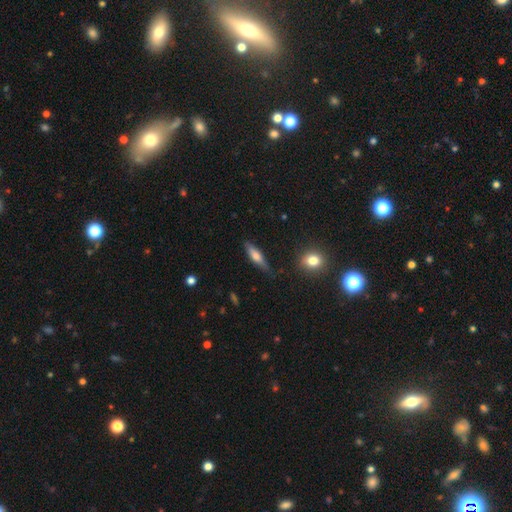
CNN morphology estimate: Smooth or featured? Predicted: smooth (p=0.58). How rounded? Predicted: cigar-shaped (p=0.67). Merging? Predicted: none (p=0.73).